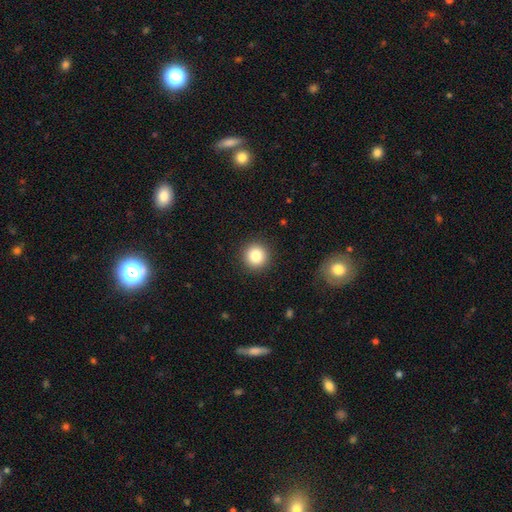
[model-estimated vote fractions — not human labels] Smooth or featured?
  - smooth: 84% *
  - star or artifact: 10%
  - featured or disk: 6%
How rounded?
  - round: 95% *
  - in between: 4%
  - cigar-shaped: 1%
Merging?
  - none: 92% *
  - minor disturbance: 5%
  - major disturbance: 2%
  - merger: 1%